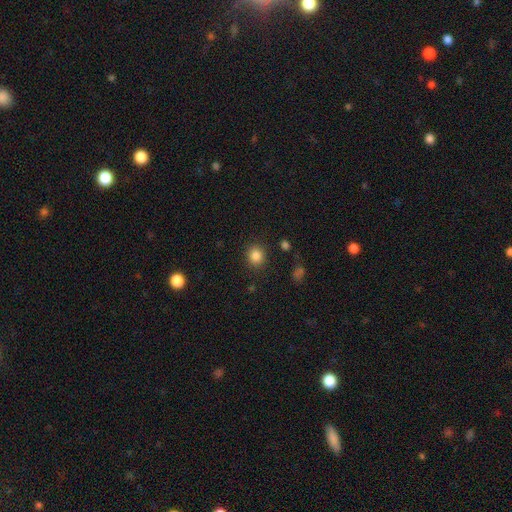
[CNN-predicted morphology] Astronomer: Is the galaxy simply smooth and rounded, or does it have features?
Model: smooth — 85%.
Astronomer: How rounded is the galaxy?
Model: round — 81%.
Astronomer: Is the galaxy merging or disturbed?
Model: none — 87%.